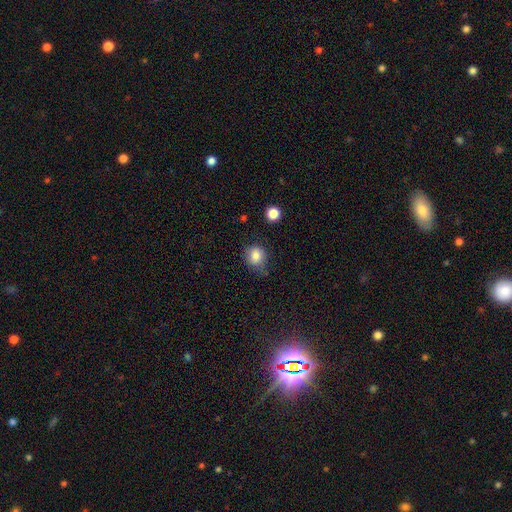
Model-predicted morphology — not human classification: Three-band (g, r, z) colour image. It shows a smooth galaxy with no disk features (83%) that is round (76%). Merging: none (64%).